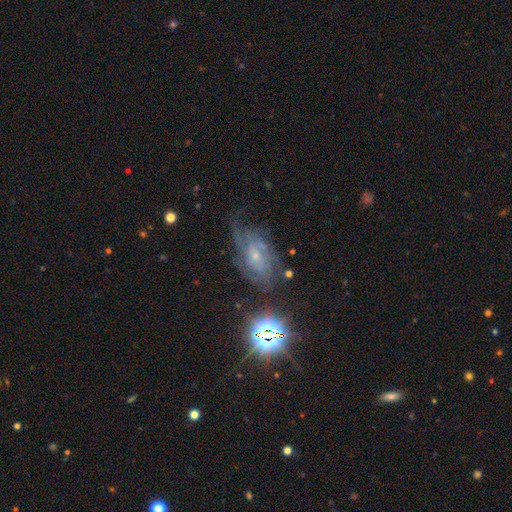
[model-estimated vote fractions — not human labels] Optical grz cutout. It shows a featured or disk galaxy (68%) with no bar (67%), tight (49%) spiral arms (88%) and a small central bulge (72%). Merging: none (52%).